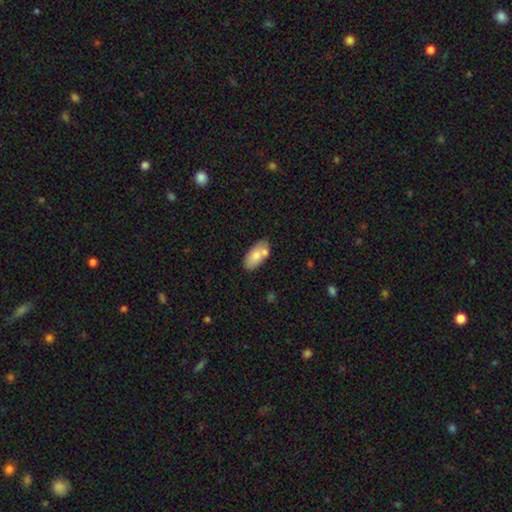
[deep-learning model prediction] This appears to be a smooth galaxy with no disk features (76%) that is in between round and cigar-shaped (92%). Merging: none (61%).